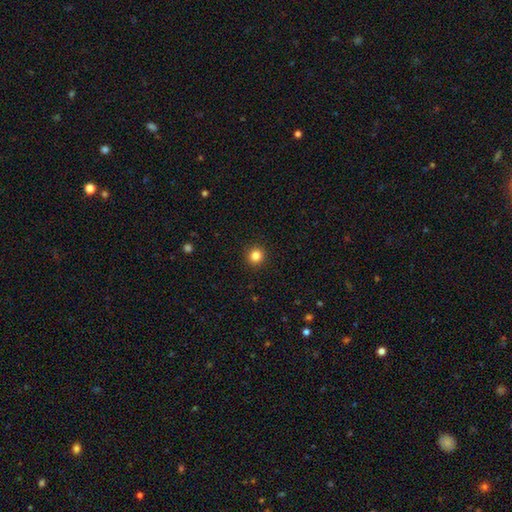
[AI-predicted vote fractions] Smooth or featured? smooth (84%)
How rounded? round (93%)
Merging? none (93%)